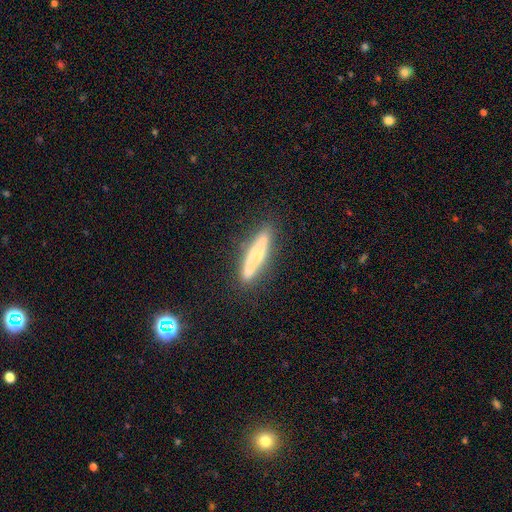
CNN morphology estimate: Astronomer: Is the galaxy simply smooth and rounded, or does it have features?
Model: smooth — 49% (runner-up: featured or disk, 43%).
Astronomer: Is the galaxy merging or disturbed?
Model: none — 79%.